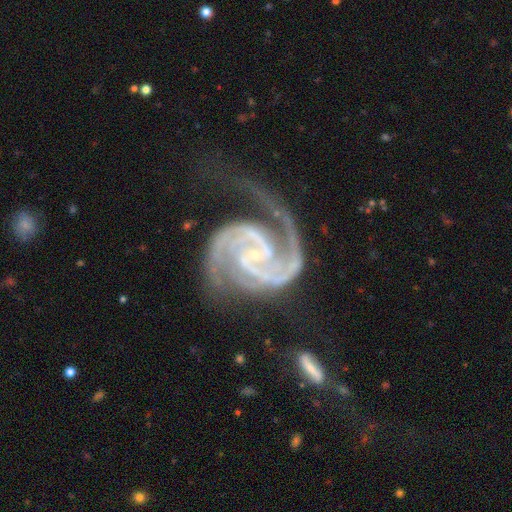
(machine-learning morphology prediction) Overall: featured or disk (94%). Edge-on disk: no (98%). Bar: weak (40%; no 38%). Spiral arms: yes (99%). Spiral arm count: 2 (77%). Spiral winding: medium (47%; tight 45%). Bulge size: small (72%). Merging: none (48%; major disturbance 26%).